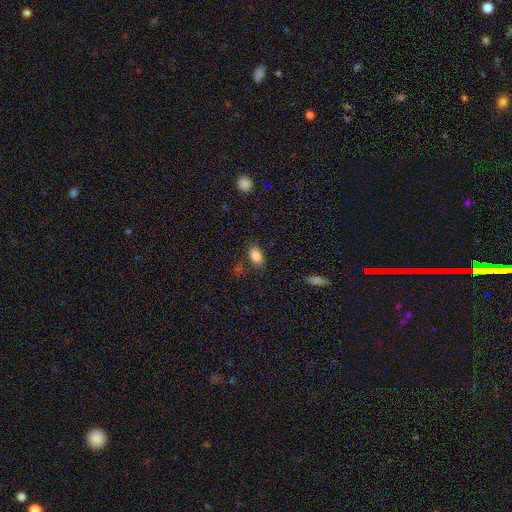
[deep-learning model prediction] smooth_or_featured: smooth (p=0.85) [alt: star or artifact p=0.10]
how_rounded: in between (p=0.85) [alt: round p=0.13]
merging: none (p=0.75) [alt: minor disturbance p=0.17]